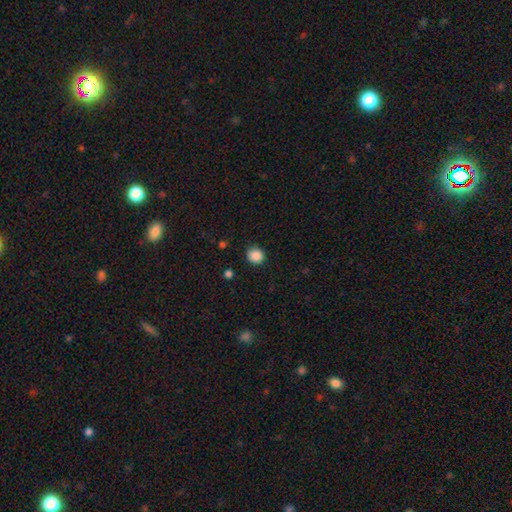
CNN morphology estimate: A smooth galaxy with no disk features (87%) that is round (85%). Merging: none (87%).